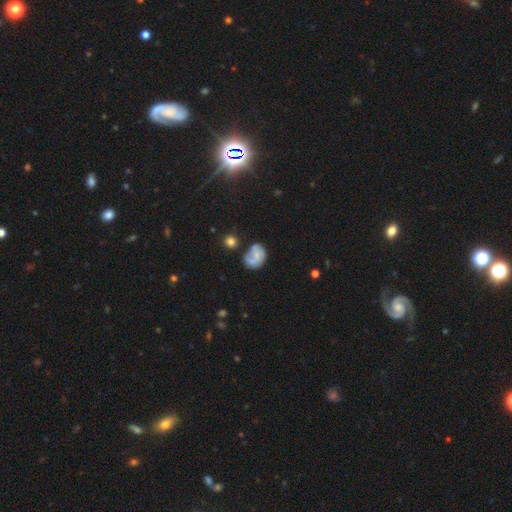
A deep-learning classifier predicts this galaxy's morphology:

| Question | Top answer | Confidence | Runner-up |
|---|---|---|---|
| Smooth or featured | featured or disk | 49% | smooth (42%) |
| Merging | none | 42% | minor disturbance (26%) |